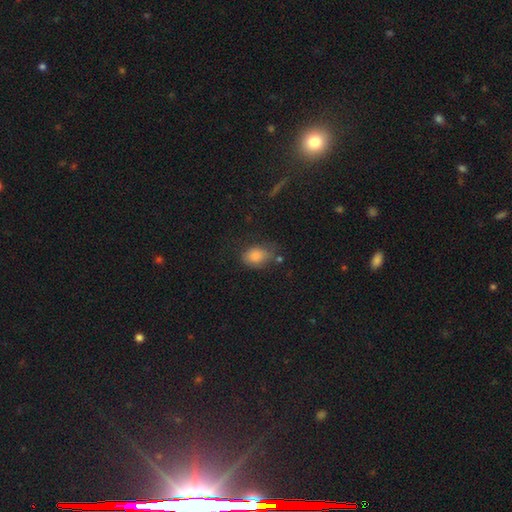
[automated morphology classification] Smooth or featured?
  - smooth: 83% *
  - star or artifact: 10%
  - featured or disk: 7%
How rounded?
  - in between: 76% *
  - round: 22%
  - cigar-shaped: 2%
Merging?
  - none: 54% *
  - minor disturbance: 30%
  - major disturbance: 11%
  - merger: 5%